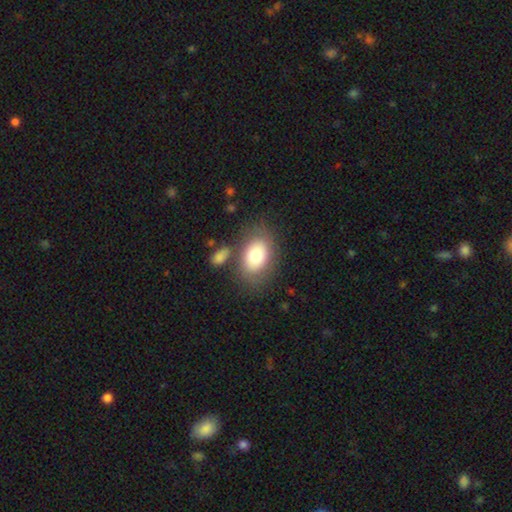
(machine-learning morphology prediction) Q: Smooth or featured?
A: smooth (75%); runner-up: featured or disk (17%)
Q: How rounded?
A: in between (82%); runner-up: round (17%)
Q: Merging?
A: none (67%); runner-up: minor disturbance (16%)